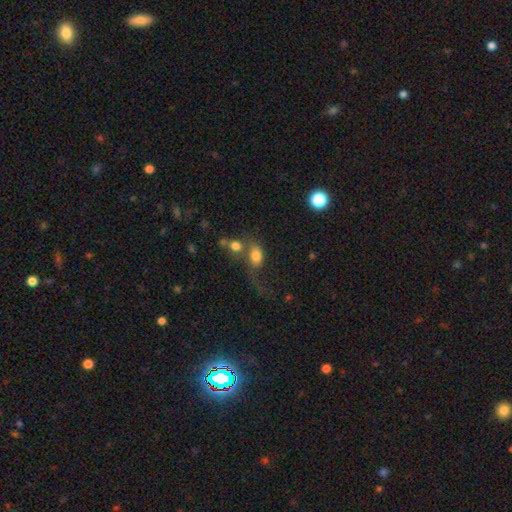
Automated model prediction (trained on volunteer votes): A smooth galaxy with no disk features (72%) that is in between round and cigar-shaped (71%).

Vote fractions:
- Smooth or featured? smooth: 72% / featured or disk: 18% / star or artifact: 11%
- How rounded? in between: 71% / round: 26% / cigar-shaped: 3%
- Merging? merger: 50% / major disturbance: 21% / none: 20% / minor disturbance: 10%